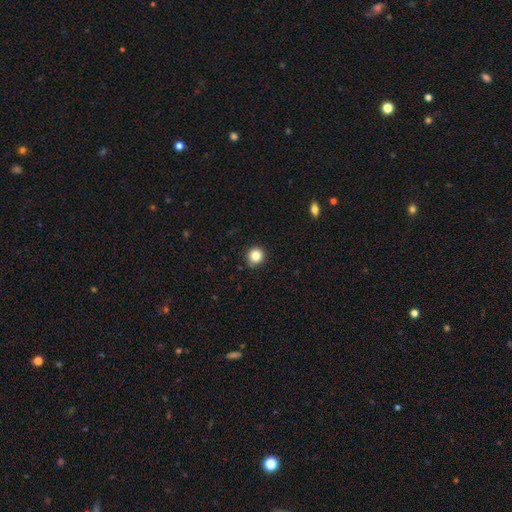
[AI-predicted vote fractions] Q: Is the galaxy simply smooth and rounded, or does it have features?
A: smooth — 84%.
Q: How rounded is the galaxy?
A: round — 91%.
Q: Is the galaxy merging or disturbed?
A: none — 88%.